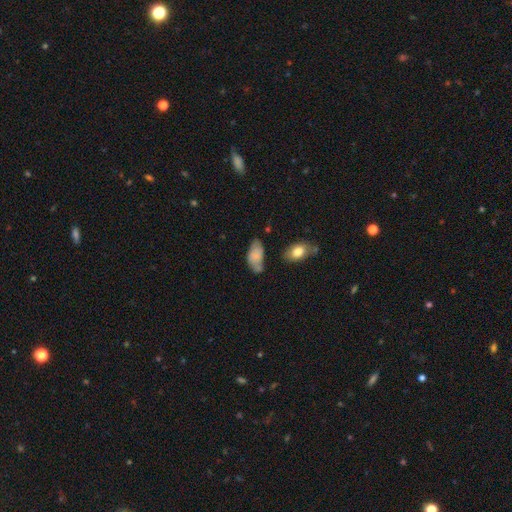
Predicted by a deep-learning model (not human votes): Overall: smooth (70%). How rounded: in between (92%). Merging: none (46%; minor disturbance 32%).